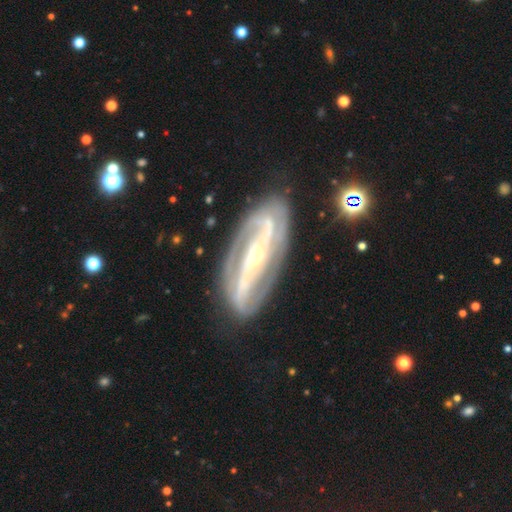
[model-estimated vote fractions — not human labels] A featured or disk galaxy (88%) with a strong bar (60%), 2 (86%) medium (42%, tied with tight) spiral arms (93%) and a small central bulge (65%). Merging: none (80%).